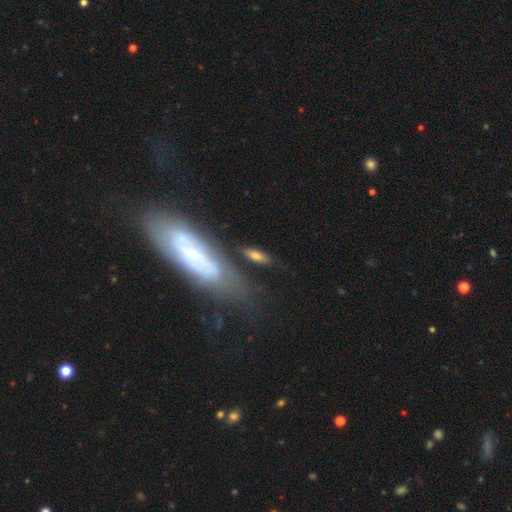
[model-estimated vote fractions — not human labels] smooth 61%, featured or disk 31%, star or artifact 8%. Down the decision tree: how rounded — in between (58%); merging — none (66%).